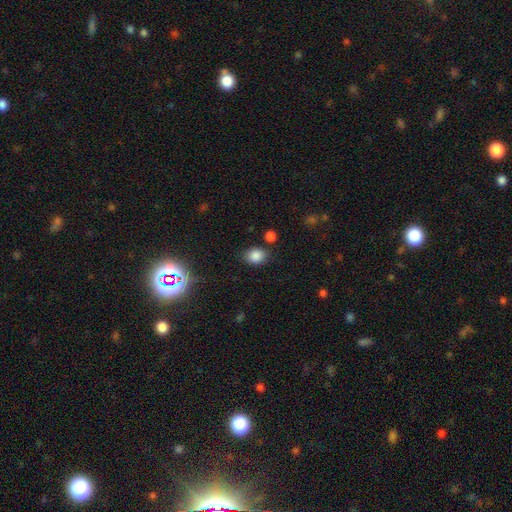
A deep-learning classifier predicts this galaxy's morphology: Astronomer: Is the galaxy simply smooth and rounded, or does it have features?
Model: smooth — 84%.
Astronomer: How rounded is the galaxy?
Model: in between — 58% (runner-up: round, 41%).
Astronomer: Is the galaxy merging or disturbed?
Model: none — 78%.